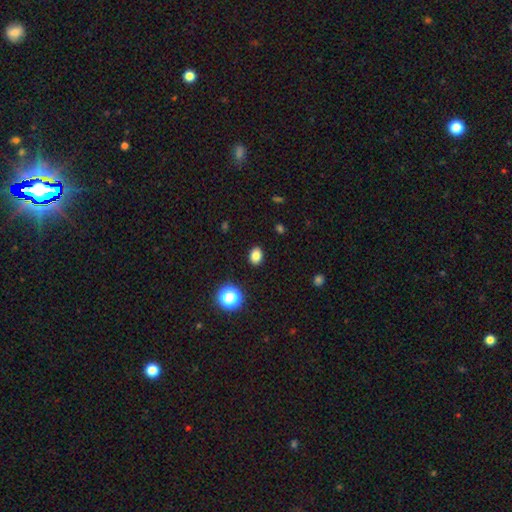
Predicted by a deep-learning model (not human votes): smooth 82%, star or artifact 13%, featured or disk 5%. Down the decision tree: how rounded — in between (58%); merging — none (89%).